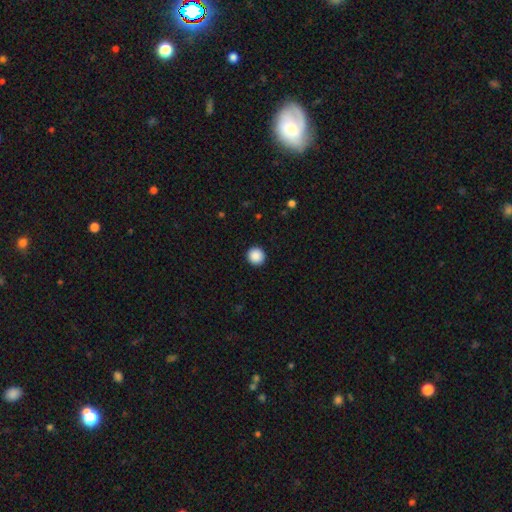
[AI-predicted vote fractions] Overall: smooth (89%). How rounded: round (95%). Merging: none (93%).